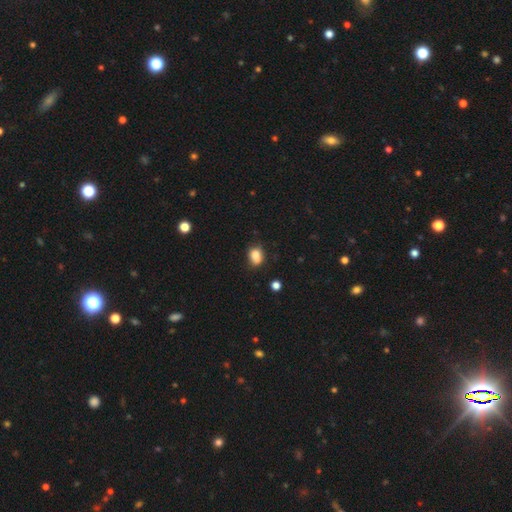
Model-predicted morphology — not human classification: smooth_or_featured: smooth (p=0.83) [alt: star or artifact p=0.10]
how_rounded: in between (p=0.62) [alt: round p=0.37]
merging: none (p=0.60) [alt: minor disturbance p=0.27]